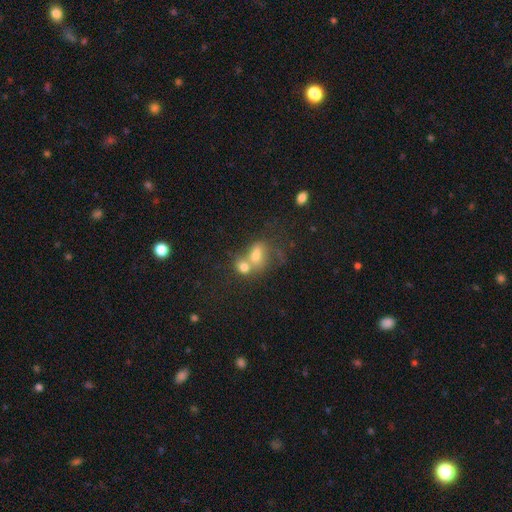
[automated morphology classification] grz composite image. It shows a smooth galaxy with no disk features (67%) that is in between round and cigar-shaped (63%). Merging: merger (68%).